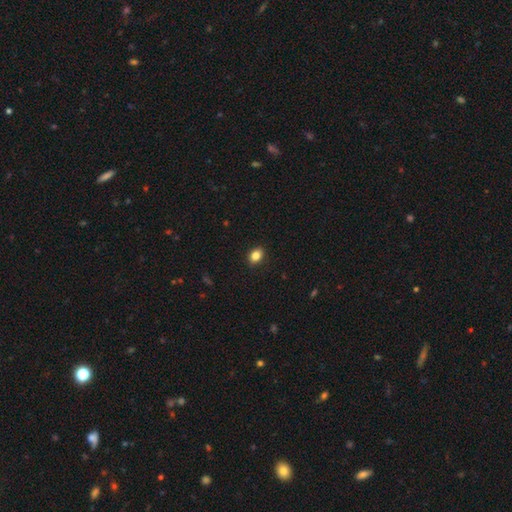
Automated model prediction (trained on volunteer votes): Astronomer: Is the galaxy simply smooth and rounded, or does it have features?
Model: smooth — 85%.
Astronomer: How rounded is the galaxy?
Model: in between — 65%.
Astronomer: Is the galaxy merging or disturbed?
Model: none — 90%.